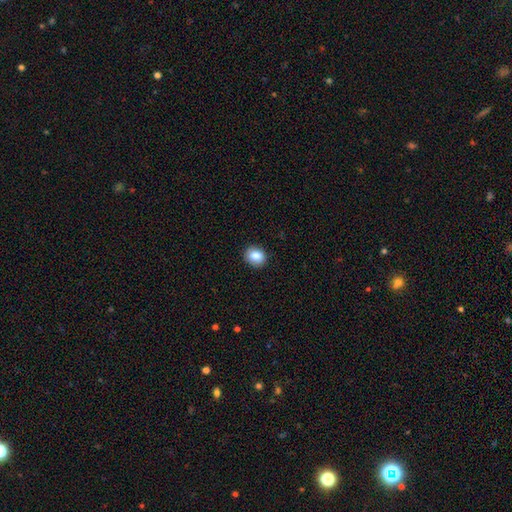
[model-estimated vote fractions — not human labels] Smooth or featured?
  - smooth: 86% *
  - star or artifact: 9%
  - featured or disk: 5%
How rounded?
  - round: 66% *
  - in between: 33%
  - cigar-shaped: 1%
Merging?
  - none: 90% *
  - minor disturbance: 7%
  - major disturbance: 2%
  - merger: 1%